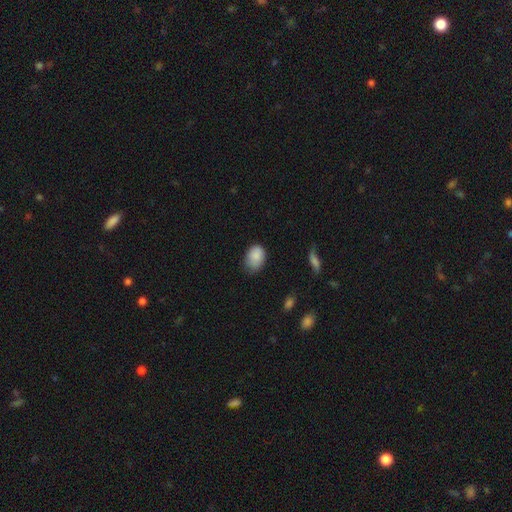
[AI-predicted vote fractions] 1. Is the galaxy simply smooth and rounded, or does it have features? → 85% smooth, 8% star or artifact, 7% featured or disk.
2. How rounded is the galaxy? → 74% in between, 25% round, 1% cigar-shaped.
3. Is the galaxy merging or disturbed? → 56% none, 35% minor disturbance, 7% major disturbance, 2% merger.